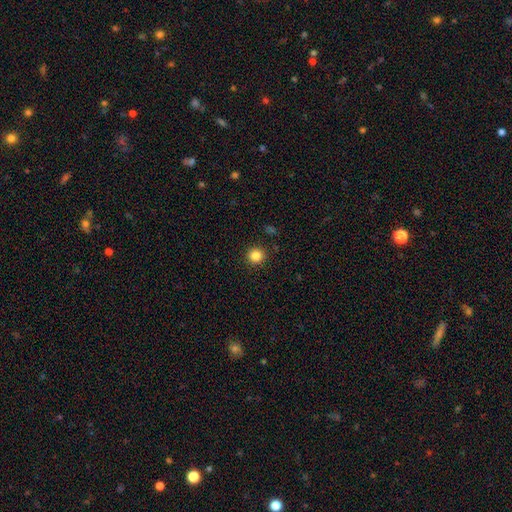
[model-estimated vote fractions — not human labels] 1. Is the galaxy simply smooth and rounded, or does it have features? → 84% smooth, 11% star or artifact, 4% featured or disk.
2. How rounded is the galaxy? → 93% round, 6% in between, 1% cigar-shaped.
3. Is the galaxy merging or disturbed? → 92% none, 5% minor disturbance, 2% major disturbance, 1% merger.